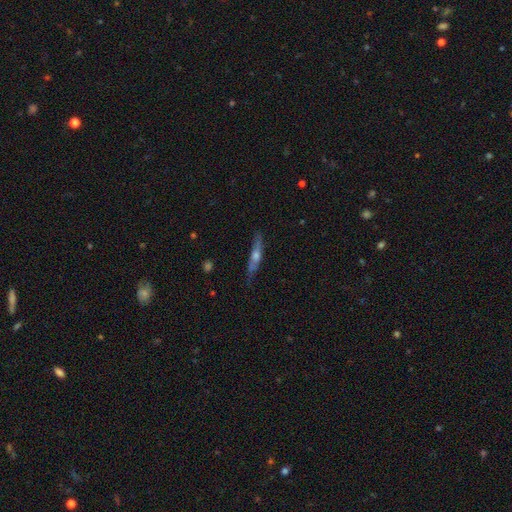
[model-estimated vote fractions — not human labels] Smooth or featured? featured or disk (60%)
Edge-on disk? yes (85%)
Edge-on bulge? rounded (82%)
Merging? none (74%)